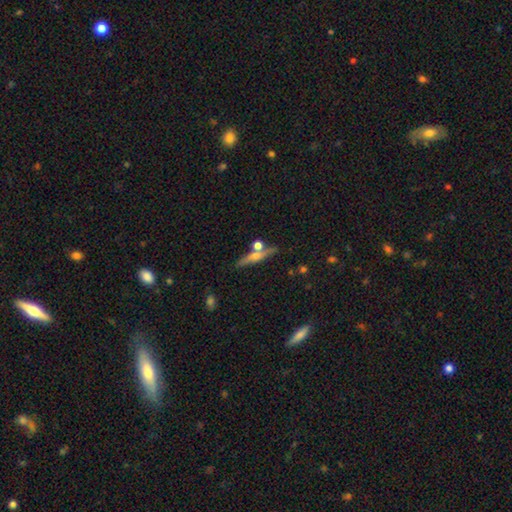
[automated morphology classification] featured or disk 49%, smooth 43%, star or artifact 9%. Down the decision tree: merging — none (70%).